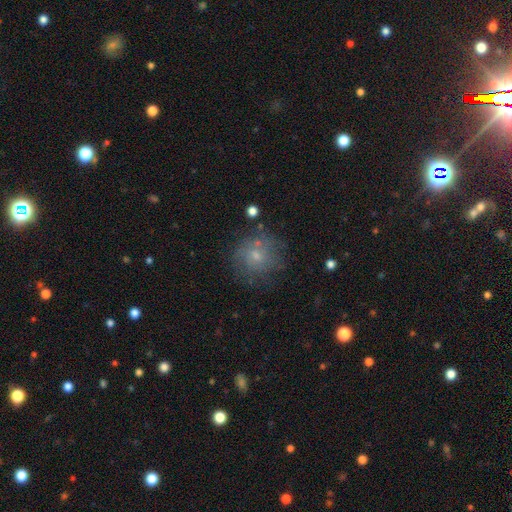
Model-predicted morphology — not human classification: Q: Smooth or featured?
A: smooth (54%); runner-up: featured or disk (27%)
Q: How rounded?
A: round (90%); runner-up: in between (9%)
Q: Merging?
A: none (75%); runner-up: minor disturbance (15%)